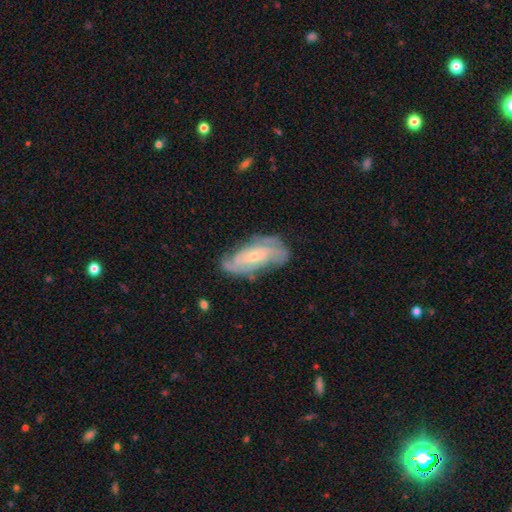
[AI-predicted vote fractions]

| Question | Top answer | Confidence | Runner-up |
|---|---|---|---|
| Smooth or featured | featured or disk | 83% | smooth (12%) |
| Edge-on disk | no | 94% | yes (6%) |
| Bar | no | 61% | weak (30%) |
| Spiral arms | yes | 94% | no (6%) |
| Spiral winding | tight | 54% | medium (35%) |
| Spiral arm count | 2 | 44% | can't tell (24%) |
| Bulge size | small | 68% | moderate (28%) |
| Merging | none | 73% | minor disturbance (19%) |